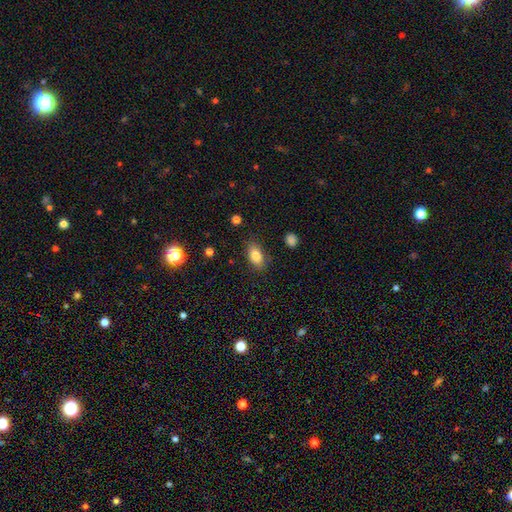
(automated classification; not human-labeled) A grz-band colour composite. It shows a smooth galaxy with no disk features (84%) that is in between round and cigar-shaped (89%). Merging: none (83%).